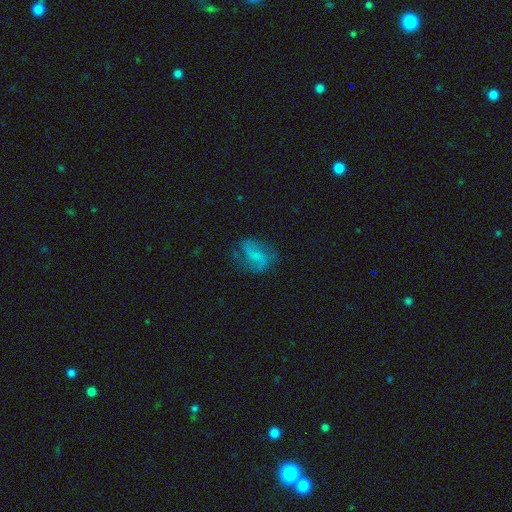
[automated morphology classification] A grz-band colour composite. It shows a featured or disk galaxy (60%) with a weak bar (42%), 2 (86%) loose (60%) spiral arms (87%) and no central bulge (57%). Merging: none (64%).